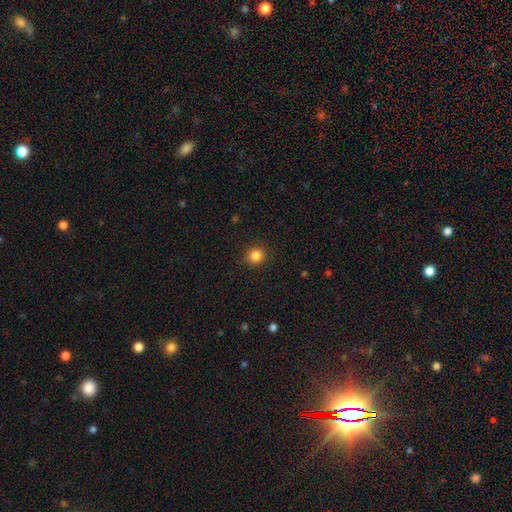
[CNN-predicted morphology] A smooth galaxy with no disk features (85%) that is round (88%).

Vote fractions:
- Smooth or featured? smooth: 85% / star or artifact: 11% / featured or disk: 4%
- How rounded? round: 88% / in between: 11% / cigar-shaped: 1%
- Merging? none: 90% / minor disturbance: 7% / major disturbance: 2% / merger: 1%